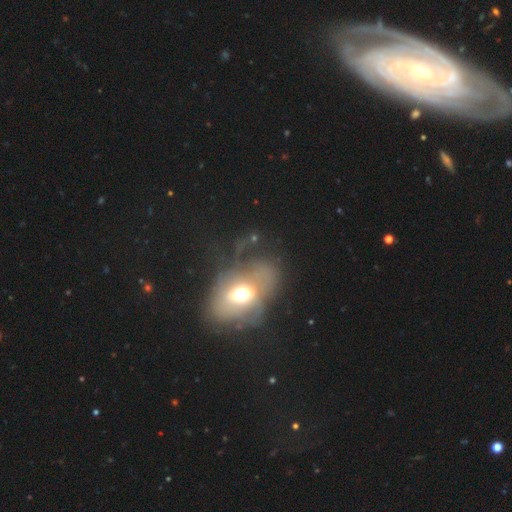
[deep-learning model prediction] A featured or disk galaxy (50%).

Vote fractions:
- Smooth or featured? featured or disk: 50% / smooth: 34% / star or artifact: 15%
- Edge-on disk? no: 90% / yes: 10%
- Merging? none: 67% / minor disturbance: 18% / major disturbance: 11% / merger: 4%